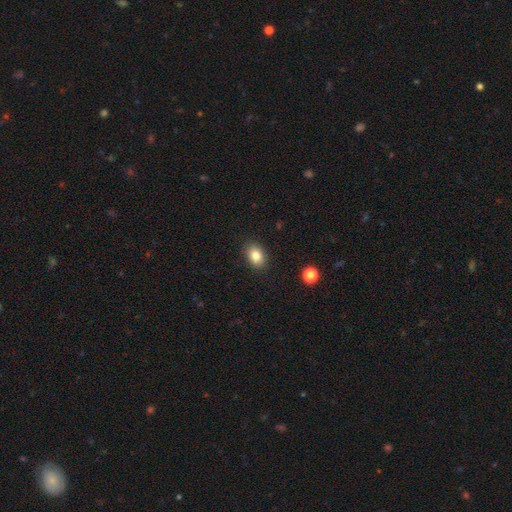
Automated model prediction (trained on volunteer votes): Smooth or featured: smooth — 84% (star or artifact — 9%)
How rounded: in between — 72% (round — 26%)
Merging: none — 88% (minor disturbance — 9%)